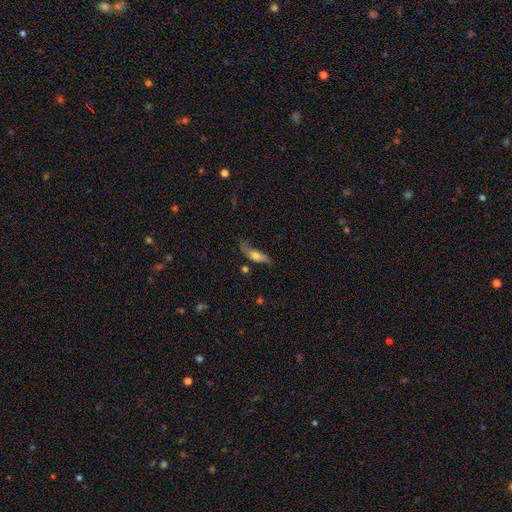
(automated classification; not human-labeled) Smooth or featured? Predicted: smooth (p=0.58). How rounded? Predicted: in between (p=0.59). Merging? Predicted: none (p=0.46).